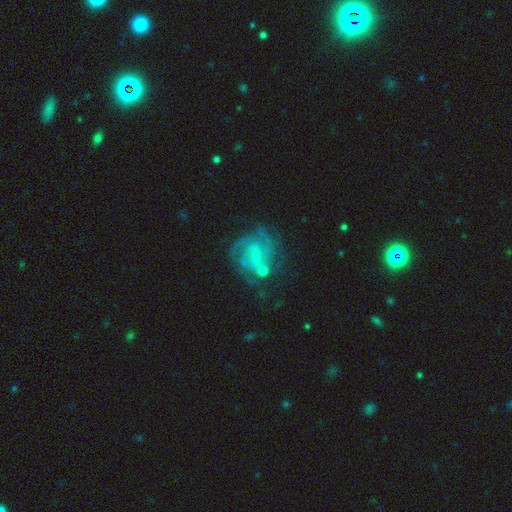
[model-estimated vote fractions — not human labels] smooth-or-featured: featured or disk: 77% | smooth: 14% | star or artifact: 8%
  disk-edge-on: no: 98% | yes: 2%
    bar: weak: 46% | no: 45% | strong: 9%
    has-spiral-arms: yes: 87% | no: 13%
      spiral-winding: tight: 51% | medium: 37% | loose: 12%
      spiral-arm-count: can't tell: 37% | 3: 23% | 2: 19% | 4: 10% | 1: 6% | more than 4: 5%
    bulge-size: small: 64% | moderate: 18% | none: 16% | large: 1% | dominant: 1%
  merging: none: 53% | minor disturbance: 19% | major disturbance: 16% | merger: 12%